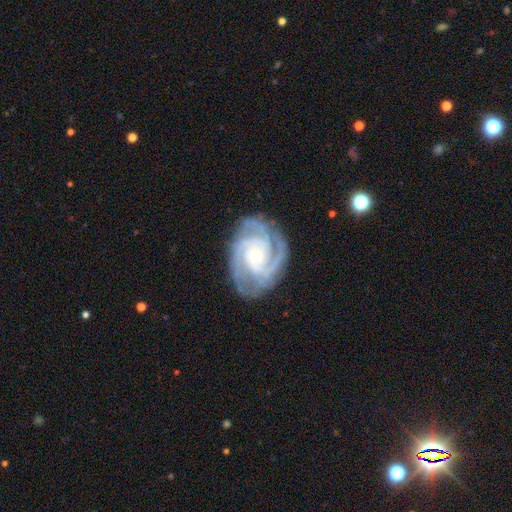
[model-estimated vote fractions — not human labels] Smooth or featured?
  - featured or disk: 90% *
  - smooth: 5%
  - star or artifact: 5%
Edge-on disk?
  - no: 97% *
  - yes: 3%
Bar?
  - no: 68% *
  - weak: 25%
  - strong: 7%
Spiral arms?
  - yes: 98% *
  - no: 2%
Spiral winding?
  - tight: 64% *
  - medium: 32%
  - loose: 4%
Spiral arm count?
  - 3: 38% *
  - 2: 23%
  - can't tell: 14%
  - 4: 14%
  - more than 4: 6%
  - 1: 5%
Bulge size?
  - small: 64% *
  - moderate: 31%
  - large: 2%
  - none: 1%
  - dominant: 1%
Merging?
  - none: 77% *
  - minor disturbance: 16%
  - major disturbance: 6%
  - merger: 1%